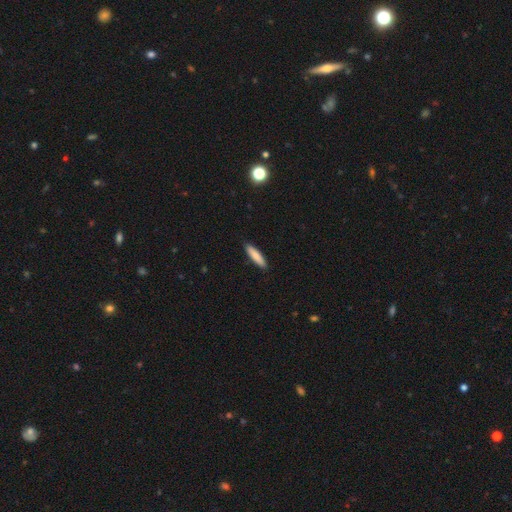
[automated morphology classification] smooth 85%, featured or disk 9%, star or artifact 6%. Down the decision tree: how rounded — cigar-shaped (77%); merging — none (90%).